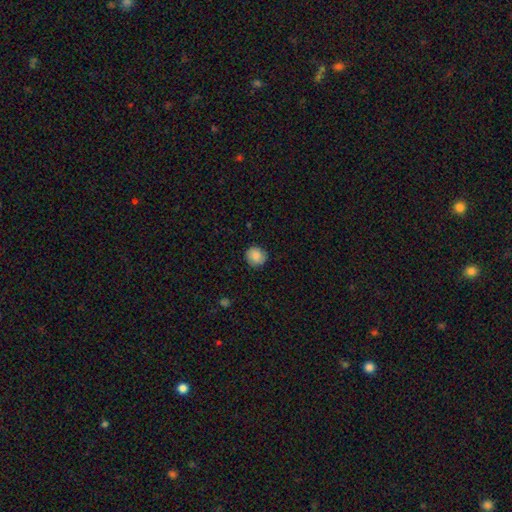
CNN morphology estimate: Smooth or featured? Predicted: smooth (p=0.86). How rounded? Predicted: round (p=0.89). Merging? Predicted: none (p=0.87).